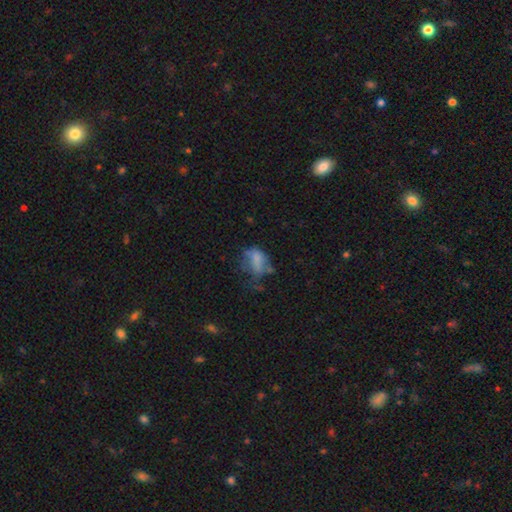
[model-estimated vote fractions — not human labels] smooth 34%, featured or disk 33%, star or artifact 33%. Down the decision tree: merging — none (49%).